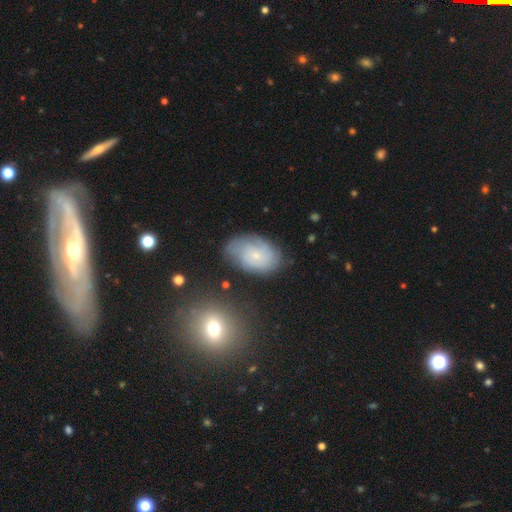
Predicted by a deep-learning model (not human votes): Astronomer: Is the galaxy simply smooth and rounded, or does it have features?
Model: featured or disk — 52% (runner-up: smooth, 38%).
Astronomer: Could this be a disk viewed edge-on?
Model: no — 95%.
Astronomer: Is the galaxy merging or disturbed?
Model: none — 69%.